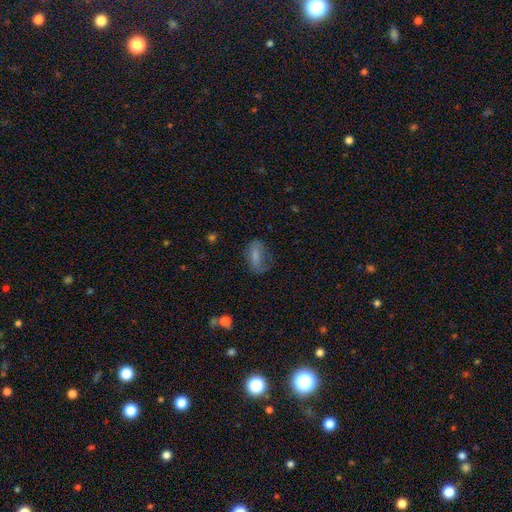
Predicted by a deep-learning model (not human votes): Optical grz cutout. It shows a smooth galaxy with no disk features (71%) that is in between round and cigar-shaped (85%). Merging: none (53%).